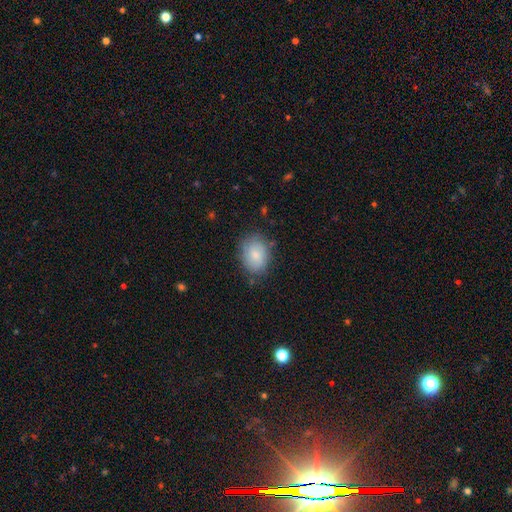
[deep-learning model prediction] This appears to be a smooth galaxy with no disk features (77%) that is in between round and cigar-shaped (68%). Merging: none (76%).